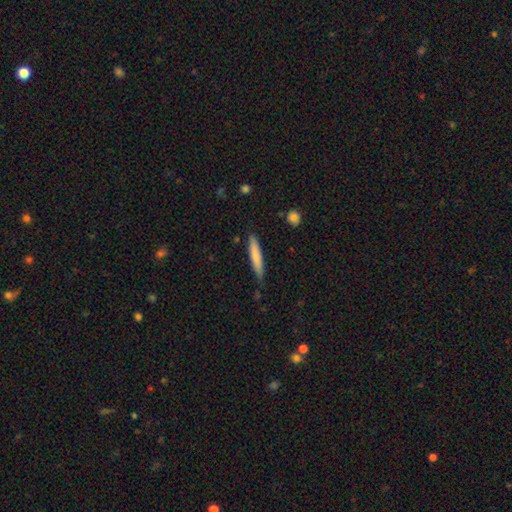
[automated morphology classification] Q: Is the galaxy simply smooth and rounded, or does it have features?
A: smooth — 74%.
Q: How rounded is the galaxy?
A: cigar-shaped — 91%.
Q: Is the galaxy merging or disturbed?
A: none — 81%.